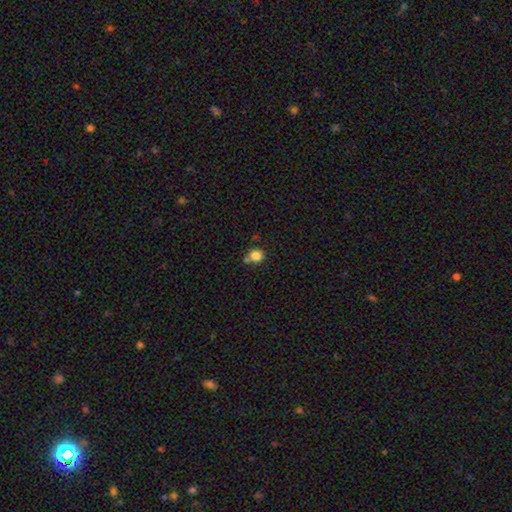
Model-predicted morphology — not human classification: Overall: smooth (83%). How rounded: round (87%). Merging: none (62%).